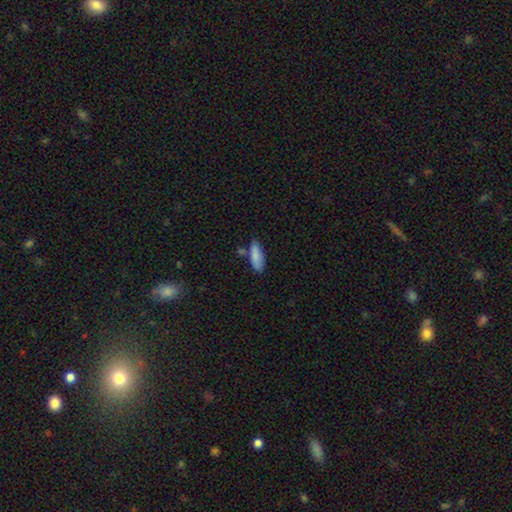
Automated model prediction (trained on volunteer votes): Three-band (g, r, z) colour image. It shows a smooth galaxy with no disk features (83%) that is in between round and cigar-shaped (65%). Merging: none (61%).